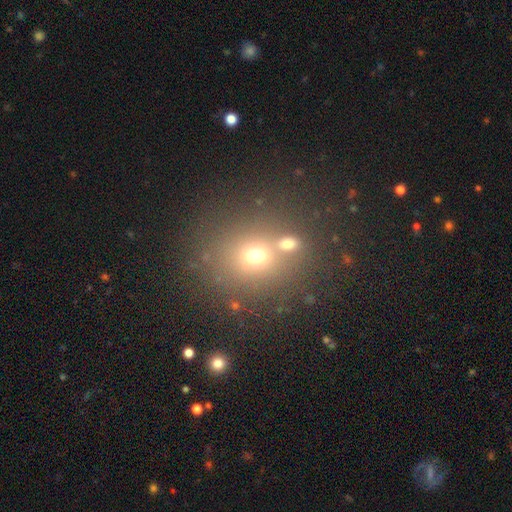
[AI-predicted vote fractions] A smooth galaxy with no disk features (60%) that is round (79%). Merging: none (56%).